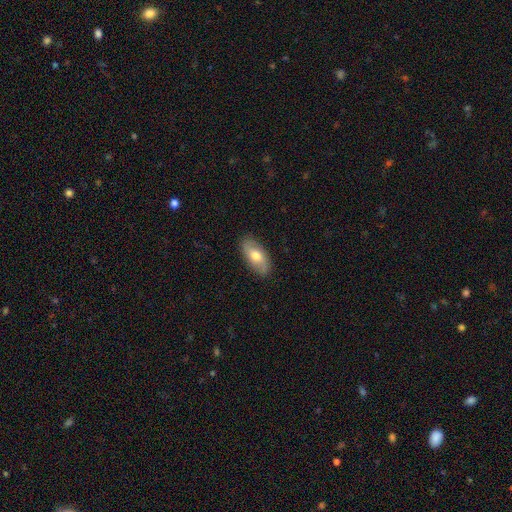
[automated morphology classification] smooth 54%, featured or disk 40%, star or artifact 6%. Down the decision tree: how rounded — in between (90%); merging — none (86%).